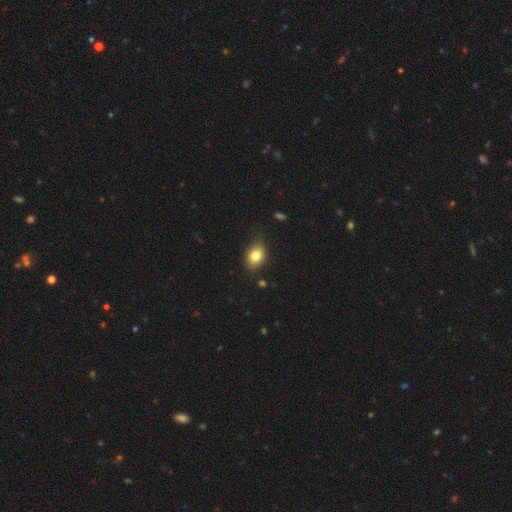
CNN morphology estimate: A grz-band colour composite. It shows a smooth galaxy with no disk features (80%) that is in between round and cigar-shaped (67%). Merging: none (76%).